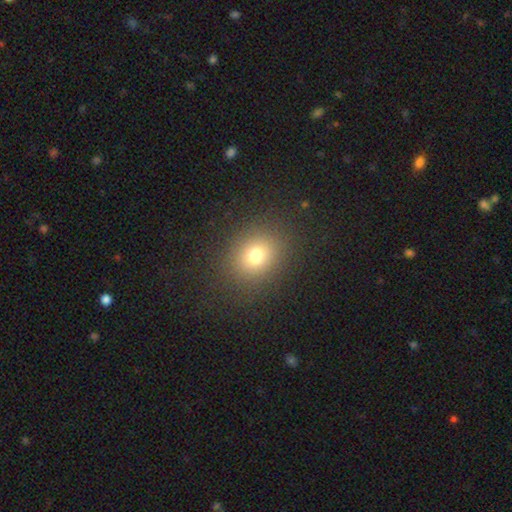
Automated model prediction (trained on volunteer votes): Smooth or featured?
  - smooth: 74% *
  - star or artifact: 16%
  - featured or disk: 10%
How rounded?
  - round: 64% *
  - in between: 35%
  - cigar-shaped: 1%
Merging?
  - none: 86% *
  - minor disturbance: 8%
  - major disturbance: 5%
  - merger: 1%